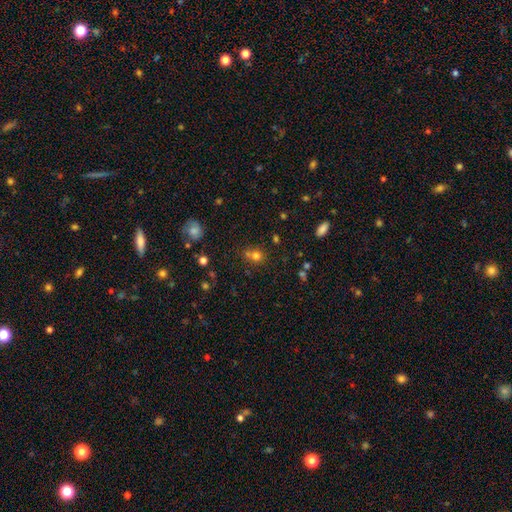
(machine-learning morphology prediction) A smooth galaxy with no disk features (72%) that is round (78%).

Vote fractions:
- Smooth or featured? smooth: 72% / star or artifact: 18% / featured or disk: 10%
- How rounded? round: 78% / in between: 21% / cigar-shaped: 1%
- Merging? none: 54% / merger: 29% / minor disturbance: 12% / major disturbance: 5%